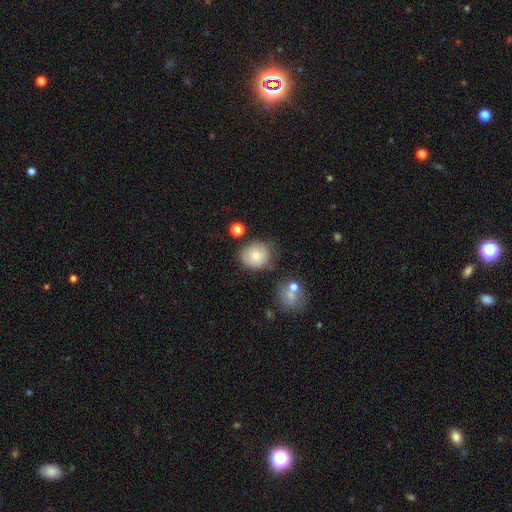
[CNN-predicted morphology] This appears to be a smooth galaxy with no disk features (74%) that is round (79%). Merging: none (69%).